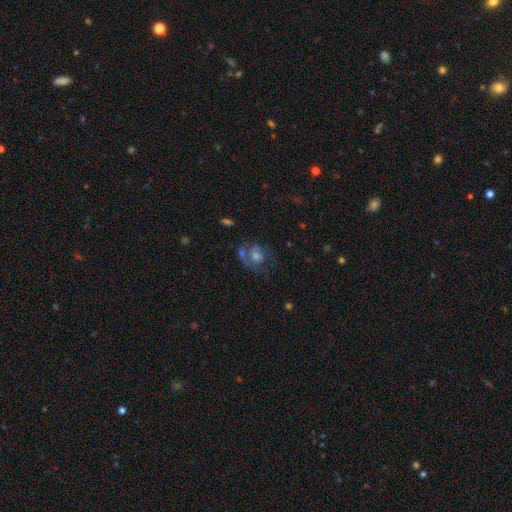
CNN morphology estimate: A featured or disk galaxy (56%) with no bar (78%), spiral arms (67%) and a moderate central bulge (55%). Merging: none (48%).